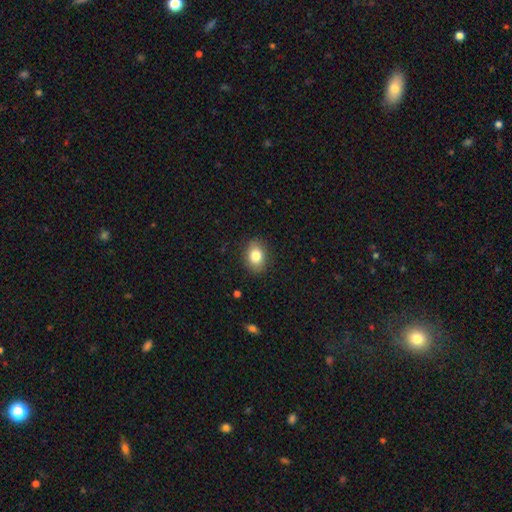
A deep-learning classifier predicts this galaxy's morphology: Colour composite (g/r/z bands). It shows a smooth galaxy with no disk features (82%) that is in between round and cigar-shaped (68%). Merging: none (87%).